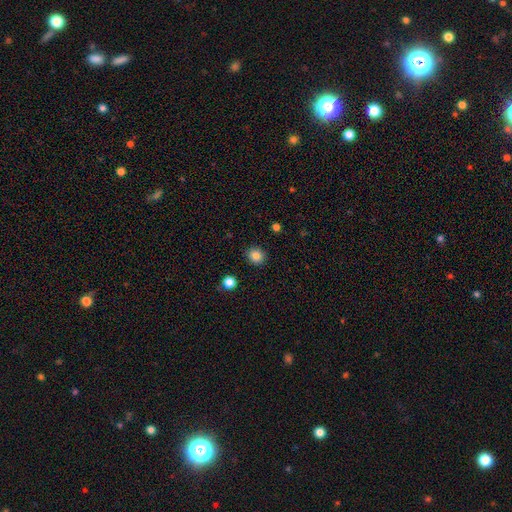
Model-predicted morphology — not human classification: Overall: smooth (85%). How rounded: round (84%). Merging: none (90%).